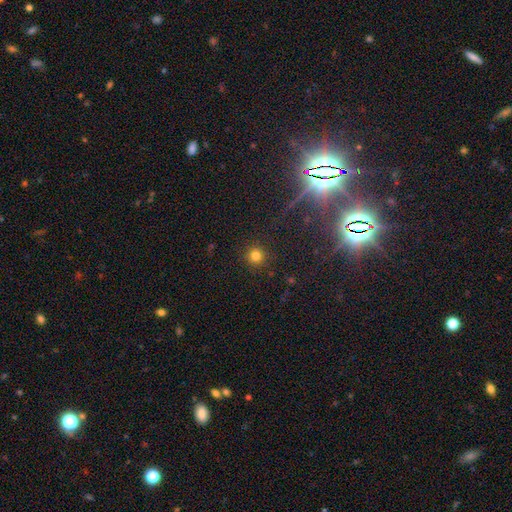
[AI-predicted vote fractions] Overall: smooth (78%). How rounded: round (95%). Merging: none (91%).